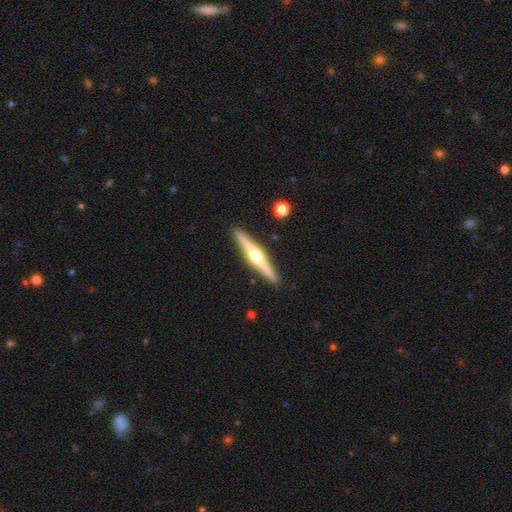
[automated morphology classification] type=featured or disk (76%); edge-on=yes (98%); edge-on bulge=rounded (93%); merging=none (91%).